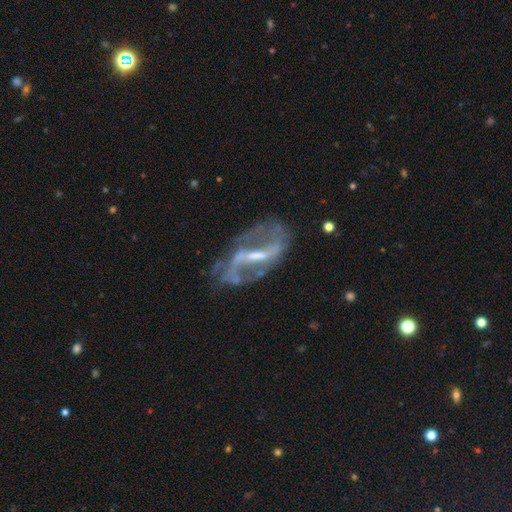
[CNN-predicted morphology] smooth-or-featured: featured or disk: 86% | smooth: 7% | star or artifact: 7%
  disk-edge-on: no: 93% | yes: 7%
    bar: strong: 62% | weak: 30% | no: 8%
    has-spiral-arms: yes: 86% | no: 14%
      spiral-winding: loose: 50% | medium: 37% | tight: 13%
      spiral-arm-count: 2: 84% | can't tell: 8% | 1: 3% | 3: 2% | 4: 1% | more than 4: 1%
    bulge-size: small: 44% | moderate: 38% | none: 13% | large: 4% | dominant: 1%
  merging: none: 61% | minor disturbance: 19% | major disturbance: 16% | merger: 3%